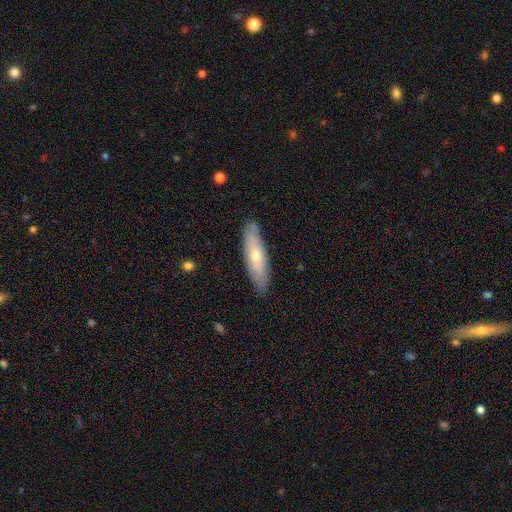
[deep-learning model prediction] A smooth galaxy with no disk features (55%) that is cigar-shaped (65%). Merging: none (85%).